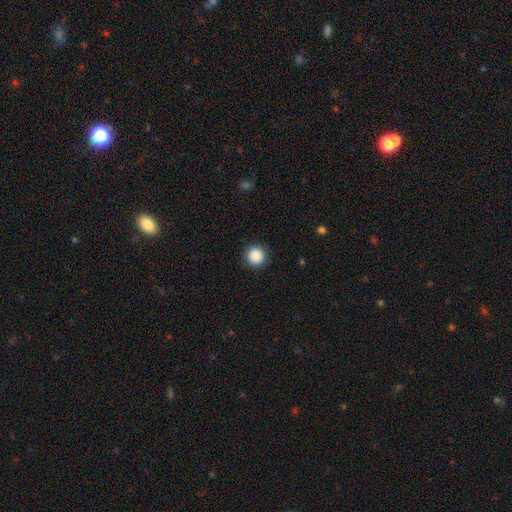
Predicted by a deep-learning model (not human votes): Smooth or featured?
  - smooth: 87% *
  - star or artifact: 10%
  - featured or disk: 3%
How rounded?
  - round: 94% *
  - in between: 5%
  - cigar-shaped: 1%
Merging?
  - none: 91% *
  - minor disturbance: 6%
  - major disturbance: 2%
  - merger: 1%